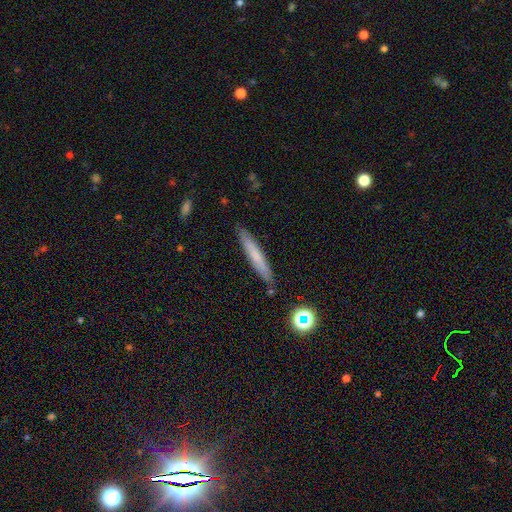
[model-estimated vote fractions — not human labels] Morphology: type=smooth (65%); roundness=cigar-shaped (94%); merging=none (87%).